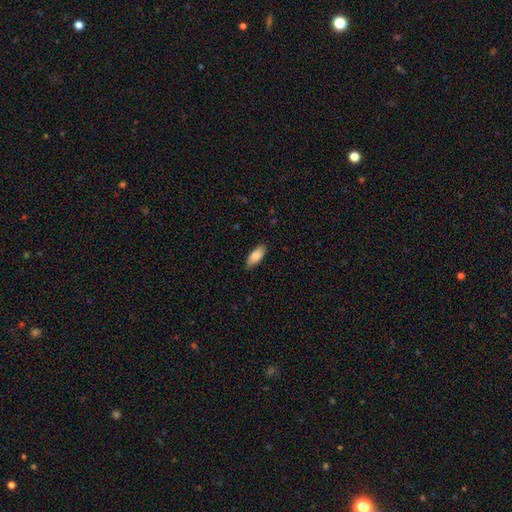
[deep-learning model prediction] This appears to be a smooth galaxy with no disk features (84%) that is in between round and cigar-shaped (82%). Merging: none (87%).